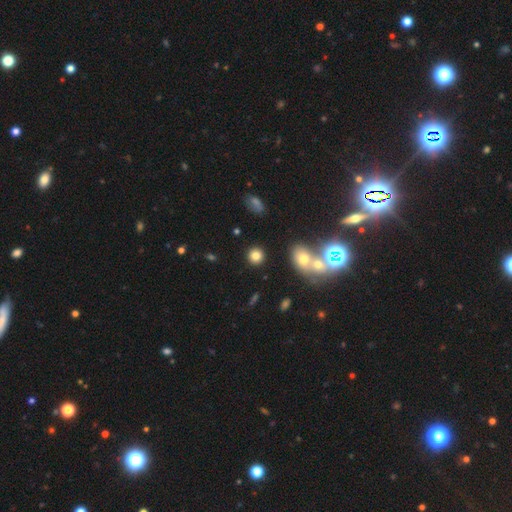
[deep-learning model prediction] Smooth or featured? smooth (78%)
How rounded? round (89%)
Merging? none (85%)